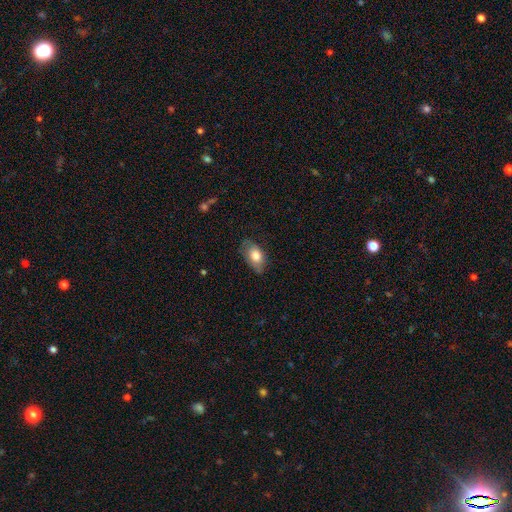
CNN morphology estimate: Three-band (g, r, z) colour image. It shows a smooth galaxy with no disk features (76%) that is in between round and cigar-shaped (91%). Merging: none (69%).